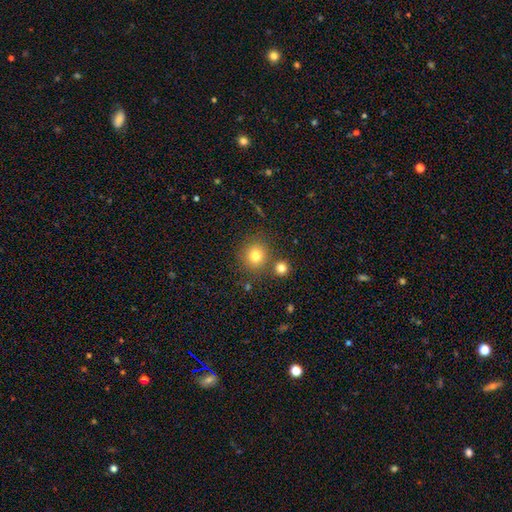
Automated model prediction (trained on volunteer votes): Smooth or featured? Predicted: smooth (p=0.78). How rounded? Predicted: round (p=0.88). Merging? Predicted: none (p=0.77).